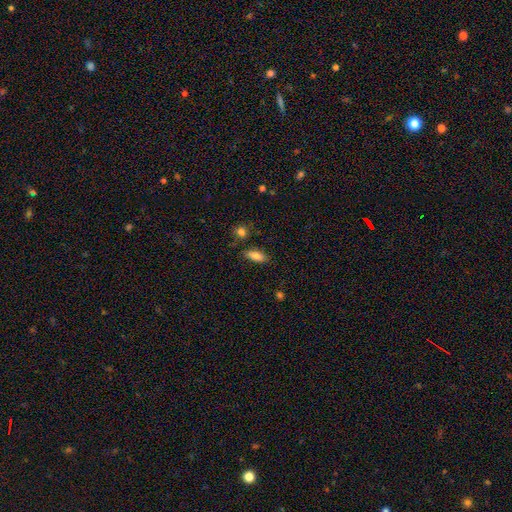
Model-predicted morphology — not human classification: Smooth or featured: smooth — 82% (featured or disk — 10%)
How rounded: in between — 83% (cigar-shaped — 14%)
Merging: none — 80% (minor disturbance — 13%)